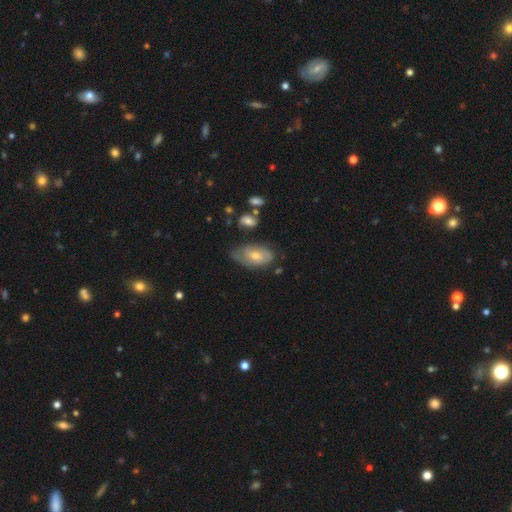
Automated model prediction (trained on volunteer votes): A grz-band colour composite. It shows a featured or disk galaxy (59%) with no bar (61%), spiral arms (75%) and a moderate central bulge (58%). Merging: none (59%).